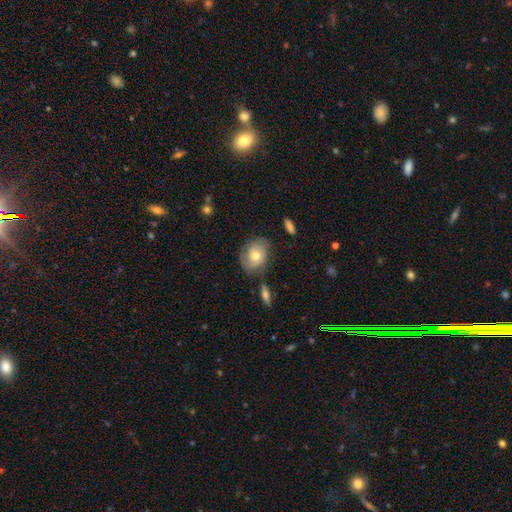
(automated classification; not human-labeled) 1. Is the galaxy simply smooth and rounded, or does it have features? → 51% featured or disk, 42% smooth, 7% star or artifact.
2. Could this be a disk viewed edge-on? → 95% no, 5% yes.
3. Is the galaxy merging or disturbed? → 70% none, 20% minor disturbance, 7% major disturbance, 3% merger.